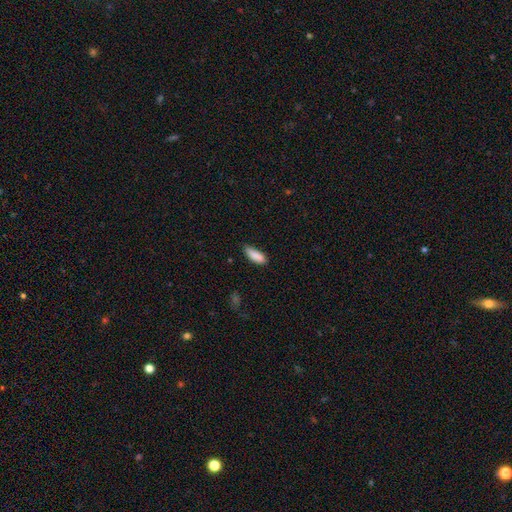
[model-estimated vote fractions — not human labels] Q: Smooth or featured?
A: smooth (88%); runner-up: star or artifact (7%)
Q: How rounded?
A: in between (65%); runner-up: cigar-shaped (33%)
Q: Merging?
A: none (69%); runner-up: minor disturbance (25%)